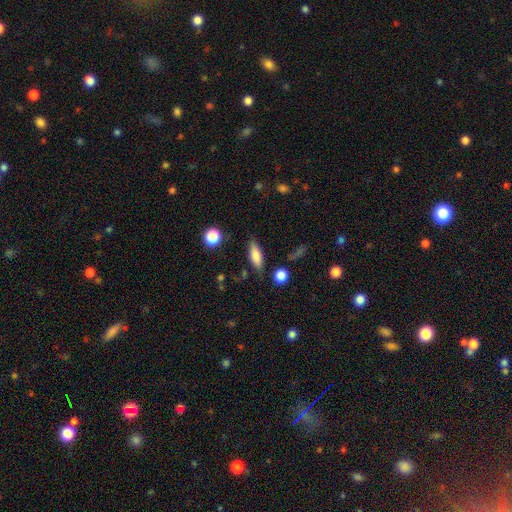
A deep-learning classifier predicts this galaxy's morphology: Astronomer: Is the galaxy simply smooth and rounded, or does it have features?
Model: smooth — 76%.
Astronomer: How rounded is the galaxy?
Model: in between — 61%.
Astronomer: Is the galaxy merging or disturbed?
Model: none — 77%.